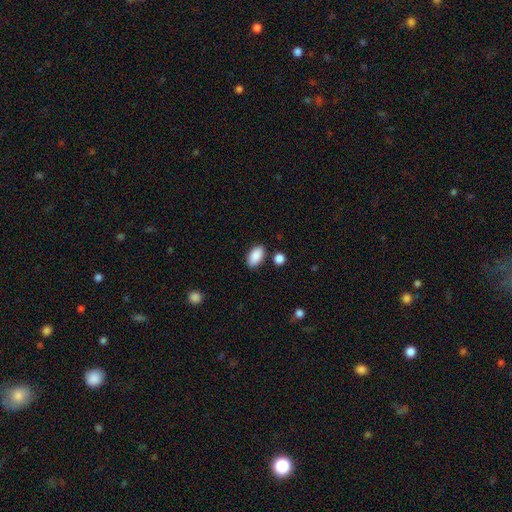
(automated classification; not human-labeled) smooth 89%, star or artifact 7%, featured or disk 4%. Down the decision tree: how rounded — in between (93%); merging — none (82%).